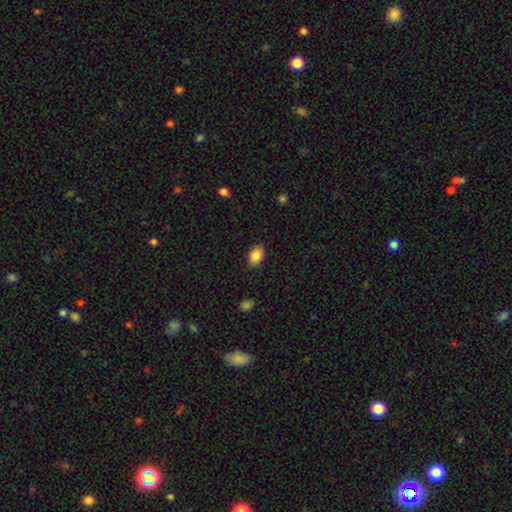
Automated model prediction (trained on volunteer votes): Overall: smooth (87%). How rounded: in between (81%). Merging: none (87%).